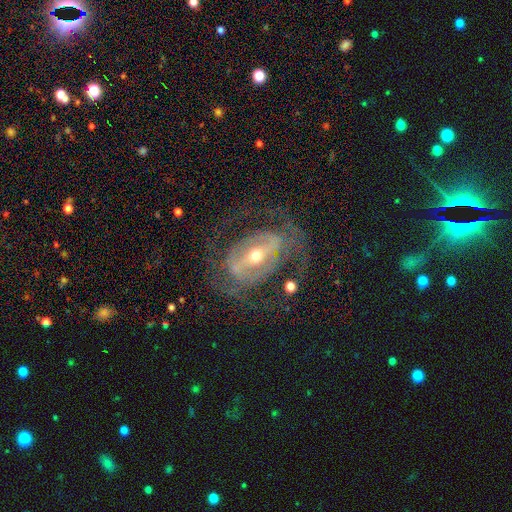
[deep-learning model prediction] Smooth or featured? featured or disk (84%)
Edge-on disk? no (94%)
Bar? strong (57%)
Spiral arms? yes (74%)
Spiral winding? medium (43%)
Spiral arm count? 2 (64%)
Bulge size? moderate (60%)
Merging? none (60%)